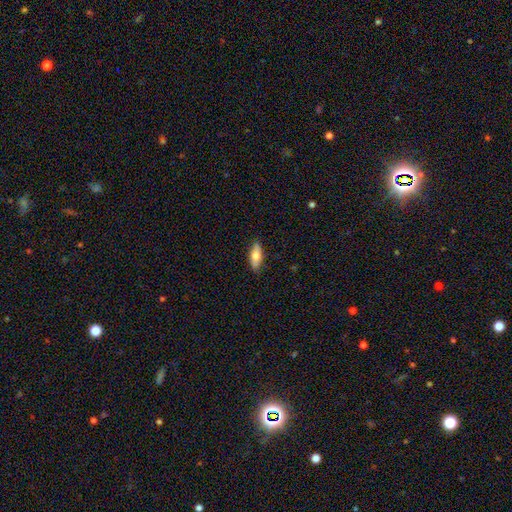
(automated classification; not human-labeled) The model was most divided on "smooth or featured": smooth: 69%, featured or disk: 24%, star or artifact: 6%. More confident: merging — none (86%); how rounded — in between (73%).